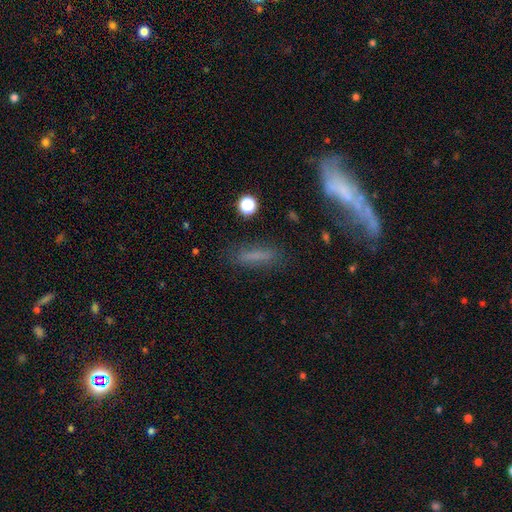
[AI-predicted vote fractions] Smooth or featured?
  - smooth: 65% *
  - featured or disk: 22%
  - star or artifact: 12%
How rounded?
  - cigar-shaped: 75% *
  - in between: 22%
  - round: 3%
Merging?
  - none: 72% *
  - minor disturbance: 16%
  - major disturbance: 8%
  - merger: 5%